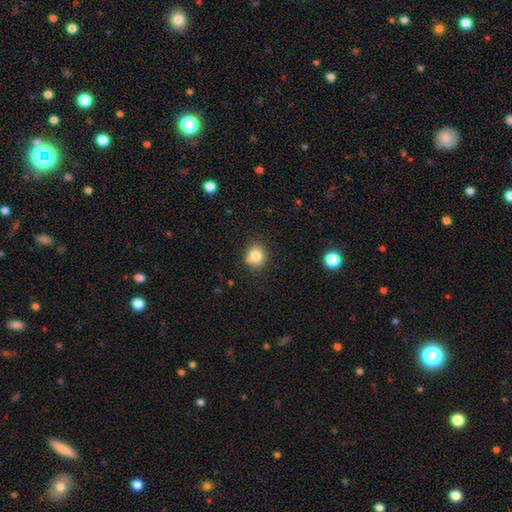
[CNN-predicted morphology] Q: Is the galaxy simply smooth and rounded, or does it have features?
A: smooth — 80%.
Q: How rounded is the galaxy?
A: round — 80%.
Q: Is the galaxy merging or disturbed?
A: none — 72%.